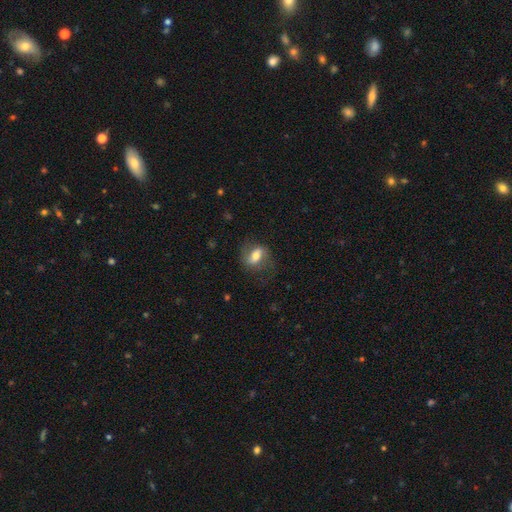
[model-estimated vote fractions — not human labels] smooth 50%, featured or disk 42%, star or artifact 8%. Down the decision tree: merging — none (66%).